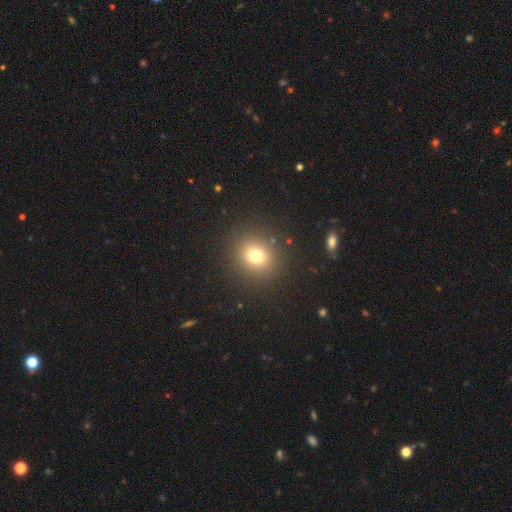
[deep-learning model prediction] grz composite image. It shows a smooth galaxy with no disk features (74%) that is round (84%). Merging: none (89%).